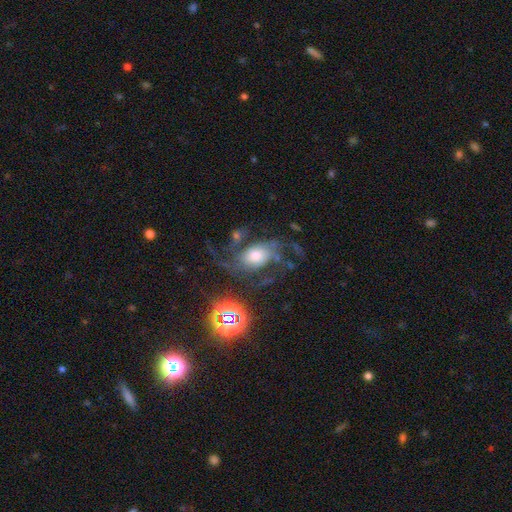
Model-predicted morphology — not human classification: The model was most divided on "spiral winding": loose: 42%, medium: 41%, tight: 17%. Remaining: edge-on disk — no (96%); spiral arms — yes (90%); bar — no (71%); smooth or featured — featured or disk (68%); merging — none (46%); spiral arm count — 2 (42%); bulge size — moderate (42%).